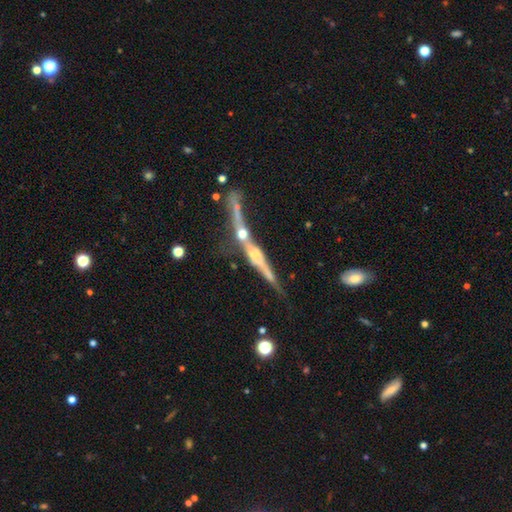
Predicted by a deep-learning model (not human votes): A featured or disk galaxy (72%) viewed edge-on (92%) with a rounded central bulge (72%).

Vote fractions:
- Smooth or featured? featured or disk: 72% / smooth: 18% / star or artifact: 10%
- Edge-on disk? yes: 92% / no: 8%
- Edge-on bulge? rounded: 72% / boxy: 14% / none: 14%
- Merging? none: 52% / merger: 29% / minor disturbance: 13% / major disturbance: 6%